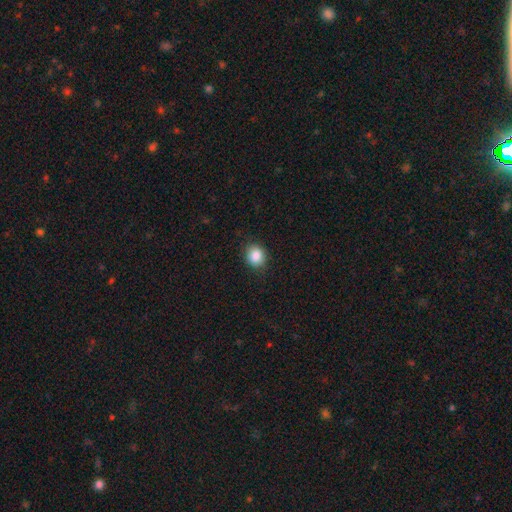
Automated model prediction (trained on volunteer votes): smooth-or-featured: smooth: 87% | star or artifact: 9% | featured or disk: 4%
  how-rounded: round: 72% | in between: 27% | cigar-shaped: 1%
  merging: none: 87% | minor disturbance: 9% | major disturbance: 2% | merger: 1%